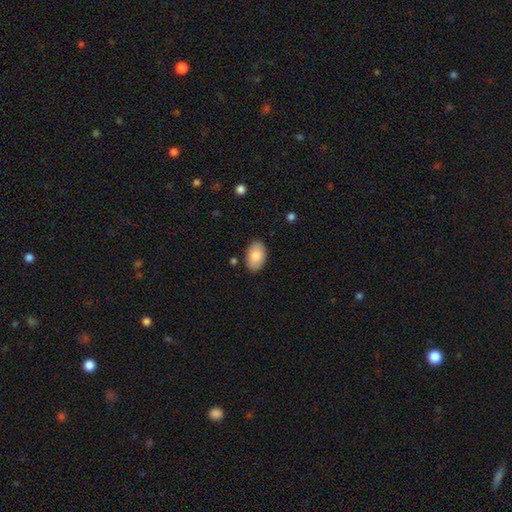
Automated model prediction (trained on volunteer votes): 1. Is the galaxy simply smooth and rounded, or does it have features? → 85% smooth, 9% featured or disk, 6% star or artifact.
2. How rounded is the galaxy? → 93% in between, 6% round, 1% cigar-shaped.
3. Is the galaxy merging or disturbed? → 86% none, 10% minor disturbance, 2% major disturbance, 2% merger.